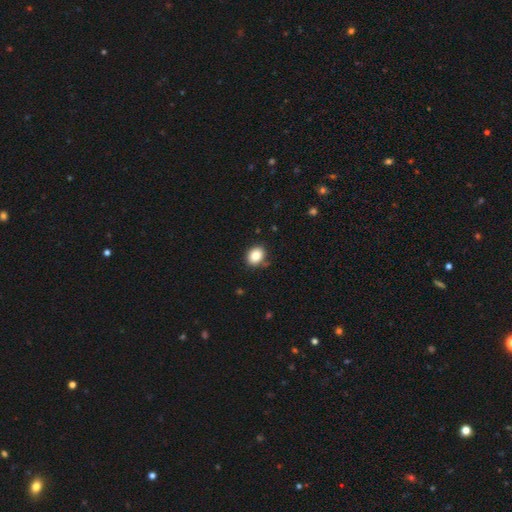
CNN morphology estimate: Smooth or featured?
  - smooth: 85% *
  - star or artifact: 9%
  - featured or disk: 6%
How rounded?
  - round: 53% *
  - in between: 47%
  - cigar-shaped: 1%
Merging?
  - none: 84% *
  - minor disturbance: 11%
  - major disturbance: 3%
  - merger: 3%